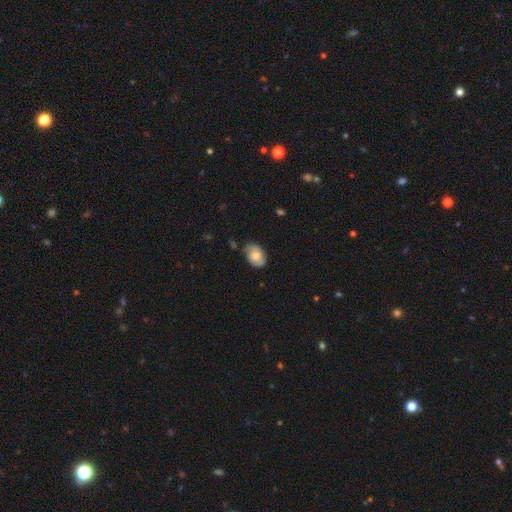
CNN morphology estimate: type=smooth (66%); roundness=in between (81%); merging=none (69%).